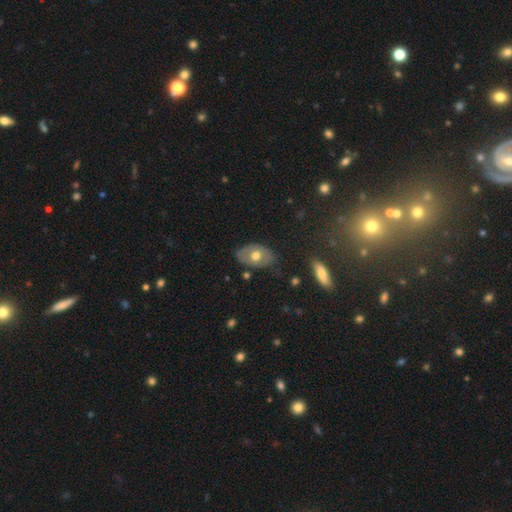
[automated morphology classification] A smooth galaxy with no disk features (53%) that is in between round and cigar-shaped (85%).

Vote fractions:
- Smooth or featured? smooth: 53% / featured or disk: 40% / star or artifact: 7%
- How rounded? in between: 85% / round: 13% / cigar-shaped: 2%
- Merging? none: 74% / minor disturbance: 19% / major disturbance: 4% / merger: 2%